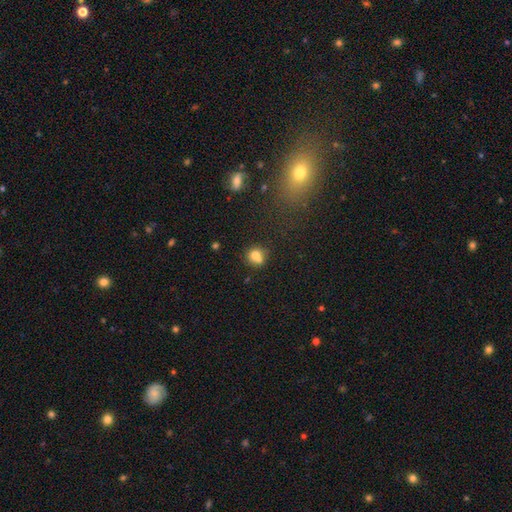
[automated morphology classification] A smooth galaxy with no disk features (76%) that is round (80%).

Vote fractions:
- Smooth or featured? smooth: 76% / featured or disk: 12% / star or artifact: 12%
- How rounded? round: 80% / in between: 19% / cigar-shaped: 1%
- Merging? none: 50% / merger: 32% / minor disturbance: 14% / major disturbance: 5%